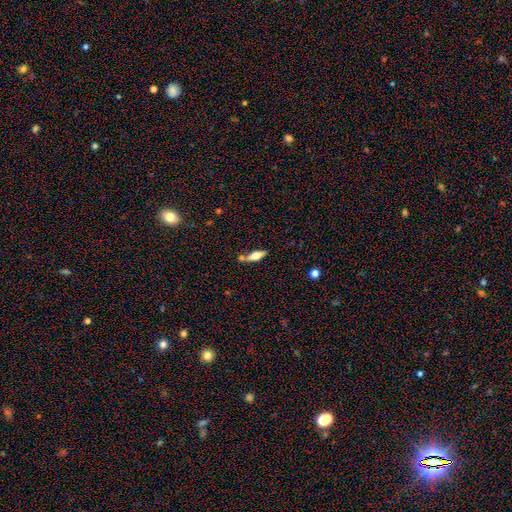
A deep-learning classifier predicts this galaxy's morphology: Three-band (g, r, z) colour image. It shows a smooth galaxy with no disk features (52%) that is cigar-shaped (51%). Merging: none (68%).